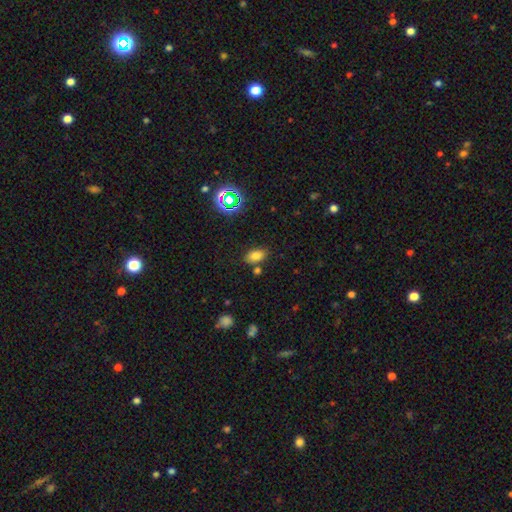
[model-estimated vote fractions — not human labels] smooth-or-featured: smooth: 77% | star or artifact: 15% | featured or disk: 8%
  how-rounded: in between: 88% | round: 10% | cigar-shaped: 2%
  merging: none: 76% | minor disturbance: 12% | merger: 9% | major disturbance: 3%